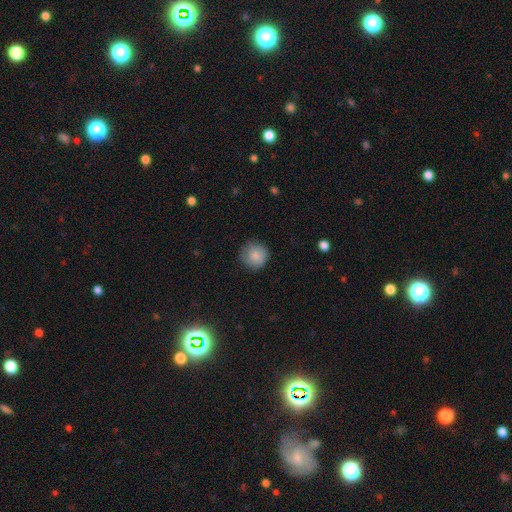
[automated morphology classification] This appears to be a smooth galaxy with no disk features (85%) that is round (94%). Merging: none (82%).